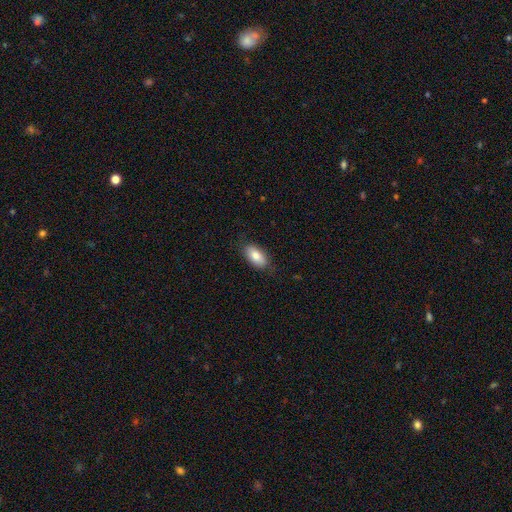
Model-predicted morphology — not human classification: Smooth or featured? smooth (82%)
How rounded? in between (93%)
Merging? none (82%)